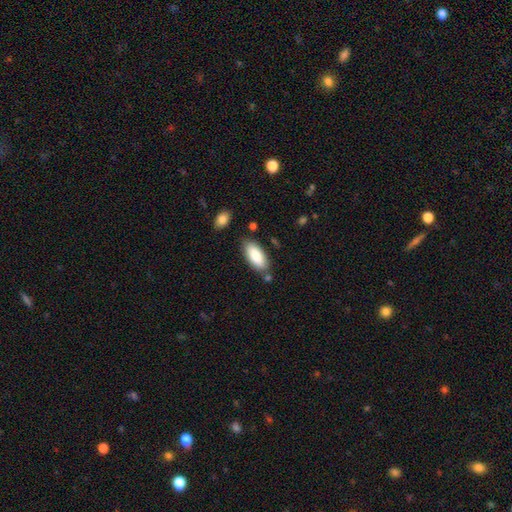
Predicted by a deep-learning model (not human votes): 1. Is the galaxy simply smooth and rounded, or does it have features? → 86% smooth, 8% featured or disk, 6% star or artifact.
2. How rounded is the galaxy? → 85% in between, 13% cigar-shaped, 2% round.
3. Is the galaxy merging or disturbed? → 79% none, 13% minor disturbance, 5% merger, 3% major disturbance.